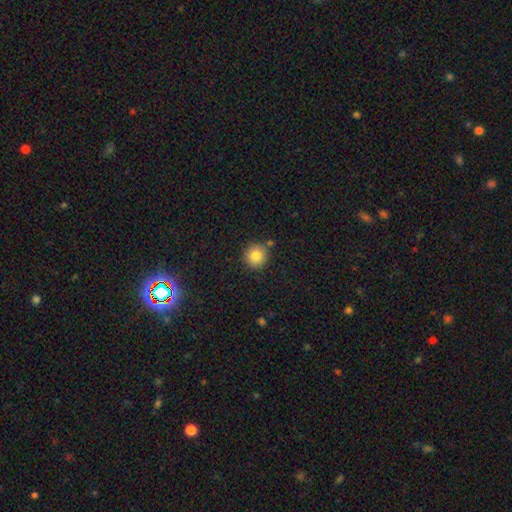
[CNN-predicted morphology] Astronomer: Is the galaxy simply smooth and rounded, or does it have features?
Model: smooth — 83%.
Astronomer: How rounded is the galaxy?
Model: round — 94%.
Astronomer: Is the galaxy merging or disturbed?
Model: none — 83%.